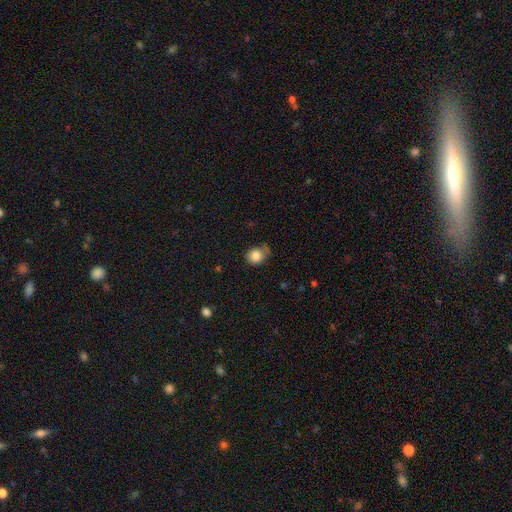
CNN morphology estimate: Smooth or featured: smooth — 83% (star or artifact — 9%)
How rounded: round — 74% (in between — 26%)
Merging: none — 57% (minor disturbance — 30%)